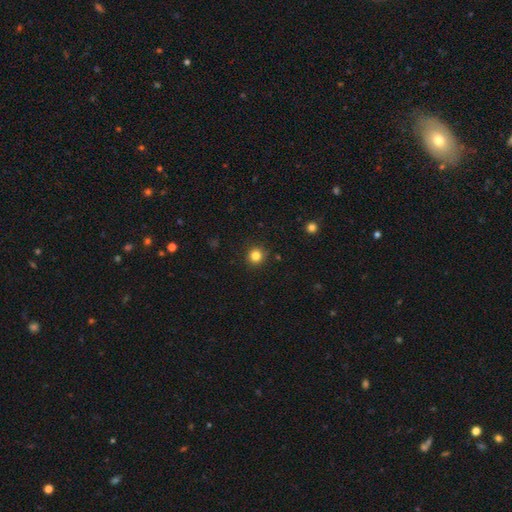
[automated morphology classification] The model was most divided on "smooth or featured": smooth: 83%, star or artifact: 13%, featured or disk: 5%. More confident: how rounded — round (93%); merging — none (91%).